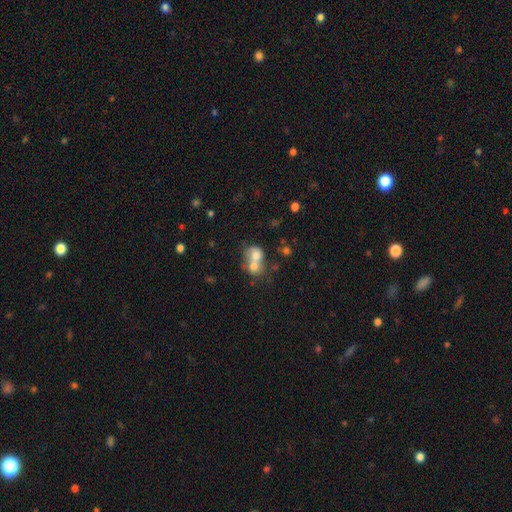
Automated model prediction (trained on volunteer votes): smooth 67%, featured or disk 23%, star or artifact 10%. Down the decision tree: how rounded — round (57%); merging — merger (73%).